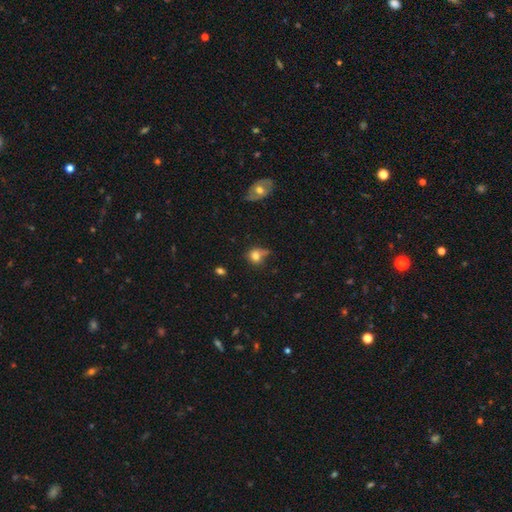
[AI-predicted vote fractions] Smooth or featured? smooth (77%)
How rounded? round (70%)
Merging? none (47%)